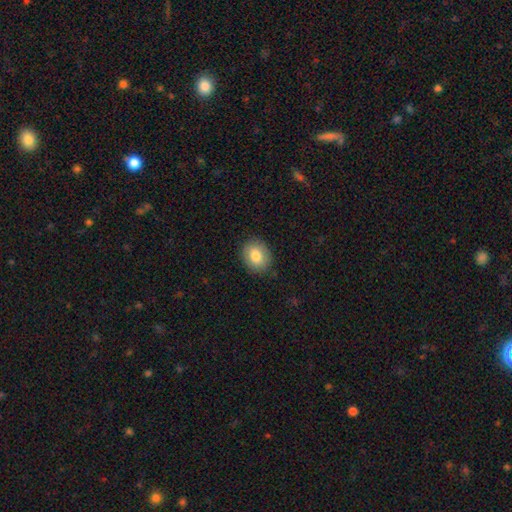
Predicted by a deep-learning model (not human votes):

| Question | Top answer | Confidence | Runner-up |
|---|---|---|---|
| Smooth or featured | smooth | 81% | featured or disk (12%) |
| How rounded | round | 53% | in between (46%) |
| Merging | none | 85% | minor disturbance (11%) |